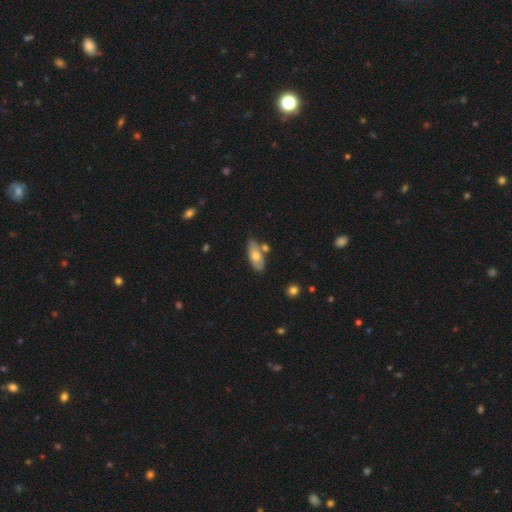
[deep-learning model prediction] smooth_or_featured: smooth (p=0.65) [alt: featured or disk p=0.28]
how_rounded: in between (p=0.82) [alt: cigar-shaped p=0.15]
merging: none (p=0.66) [alt: minor disturbance p=0.17]